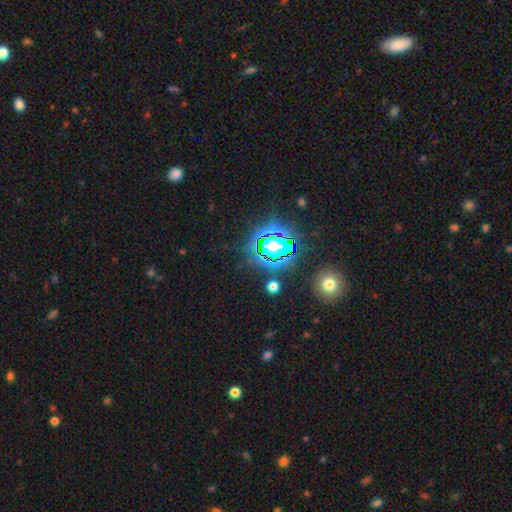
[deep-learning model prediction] Smooth or featured?
  - star or artifact: 81% *
  - smooth: 12%
  - featured or disk: 7%